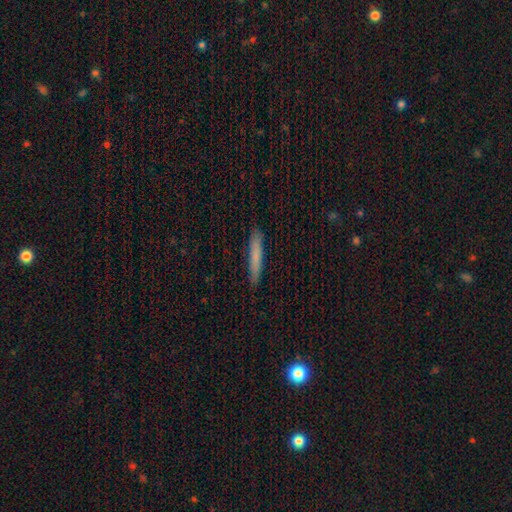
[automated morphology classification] smooth 76%, featured or disk 18%, star or artifact 6%. Down the decision tree: how rounded — cigar-shaped (94%); merging — none (88%).